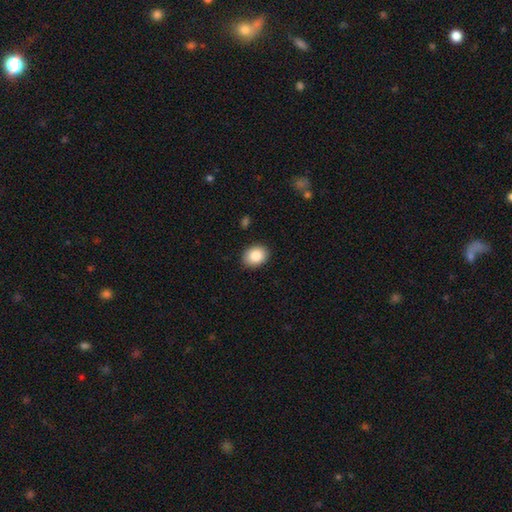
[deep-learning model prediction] Smooth or featured? smooth (85%)
How rounded? in between (58%)
Merging? none (90%)